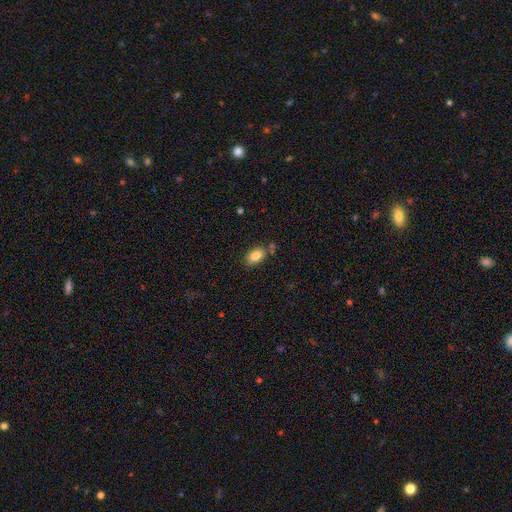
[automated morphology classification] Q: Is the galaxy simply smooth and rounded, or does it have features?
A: smooth — 85%.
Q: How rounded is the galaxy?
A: in between — 90%.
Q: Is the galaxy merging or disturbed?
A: none — 74%.